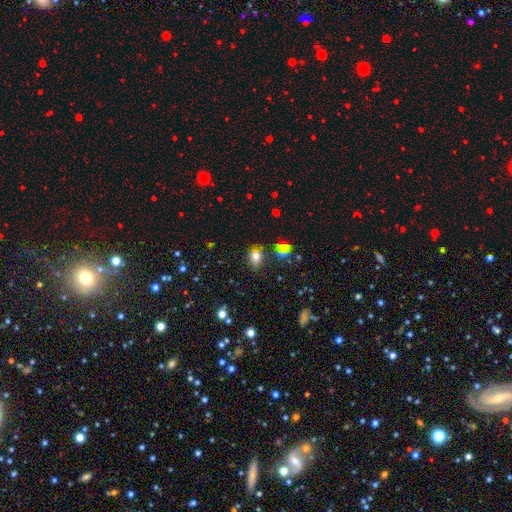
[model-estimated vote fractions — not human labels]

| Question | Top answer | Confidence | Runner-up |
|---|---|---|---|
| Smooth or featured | smooth | 73% | star or artifact (18%) |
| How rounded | in between | 60% | round (39%) |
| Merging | none | 74% | minor disturbance (17%) |